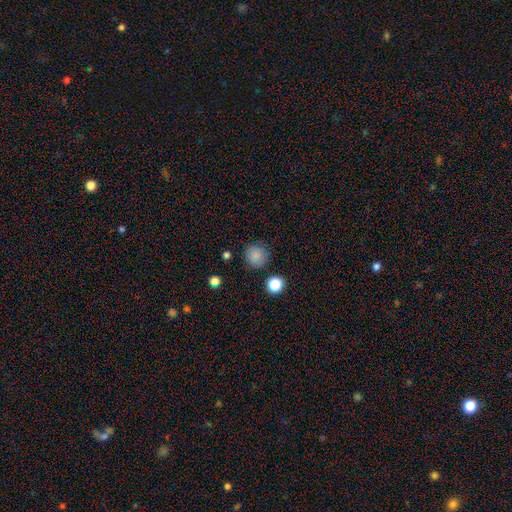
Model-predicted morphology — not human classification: type=smooth (84%); roundness=round (94%); merging=none (85%).